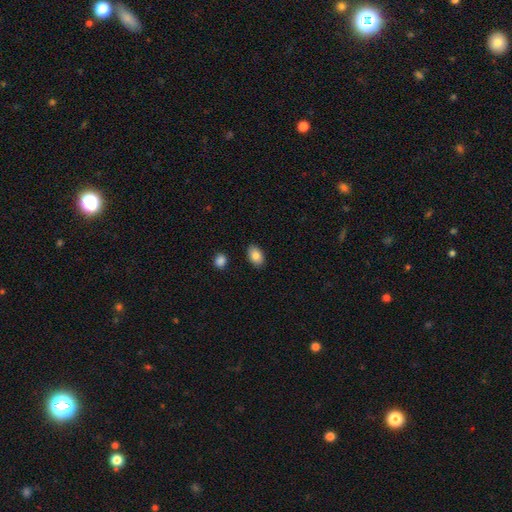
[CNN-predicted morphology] Smooth or featured: smooth — 84% (featured or disk — 9%)
How rounded: in between — 90% (round — 9%)
Merging: none — 88% (minor disturbance — 9%)